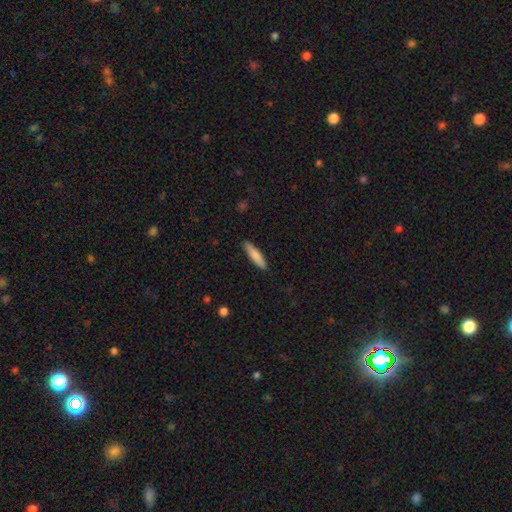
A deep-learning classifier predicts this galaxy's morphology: The model was most divided on "how rounded": cigar-shaped: 82%, in between: 17%, round: 1%. More confident: merging — none (88%); smooth or featured — smooth (84%).